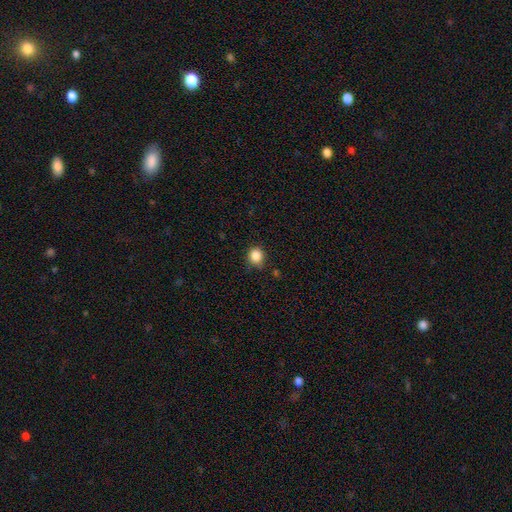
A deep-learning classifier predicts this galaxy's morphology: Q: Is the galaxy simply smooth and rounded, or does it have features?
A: smooth — 86%.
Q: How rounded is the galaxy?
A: round — 82%.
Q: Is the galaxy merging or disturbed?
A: none — 79%.